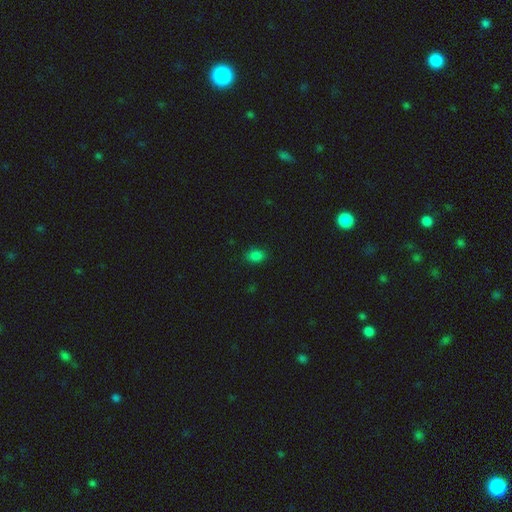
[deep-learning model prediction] Smooth or featured?
  - smooth: 82% *
  - star or artifact: 14%
  - featured or disk: 4%
How rounded?
  - in between: 76% *
  - round: 23%
  - cigar-shaped: 1%
Merging?
  - none: 86% *
  - minor disturbance: 10%
  - major disturbance: 2%
  - merger: 1%